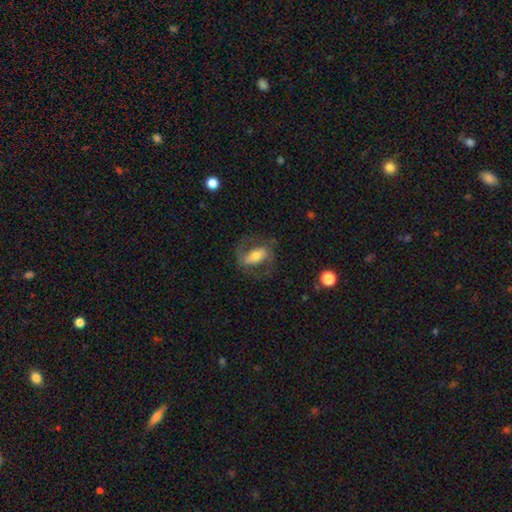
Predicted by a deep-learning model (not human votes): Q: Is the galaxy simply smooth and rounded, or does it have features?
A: featured or disk — 59%.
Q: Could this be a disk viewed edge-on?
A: no — 91%.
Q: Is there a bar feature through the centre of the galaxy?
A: strong — 48%.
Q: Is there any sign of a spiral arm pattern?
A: yes — 73%.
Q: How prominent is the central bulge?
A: moderate — 57%.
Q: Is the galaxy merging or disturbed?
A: none — 65%.